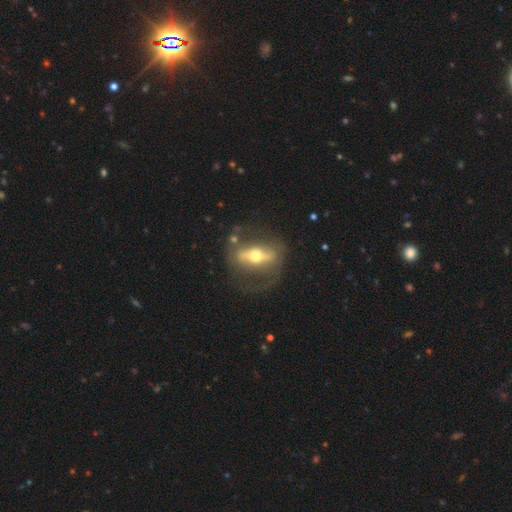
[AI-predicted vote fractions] This appears to be a featured or disk galaxy (77%) with a strong bar (70%), no spiral arms (61%) and a moderate central bulge (67%). Merging: none (65%).